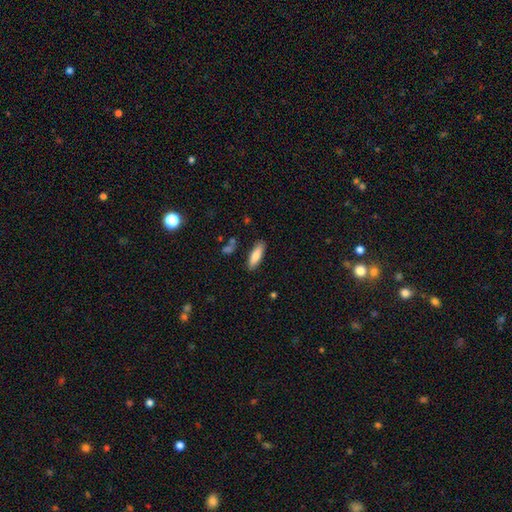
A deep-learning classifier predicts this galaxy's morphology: type=smooth (81%); roundness=cigar-shaped (50%); merging=none (85%).